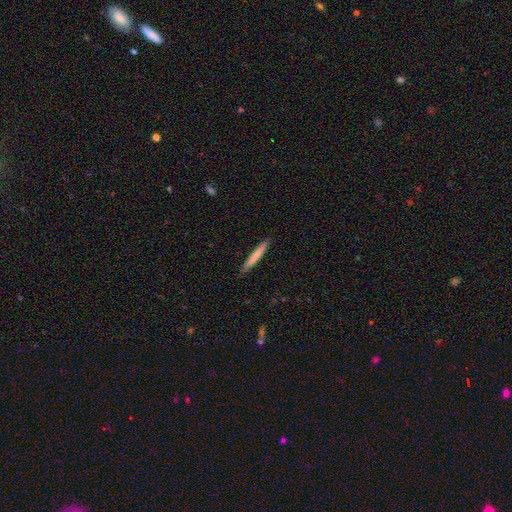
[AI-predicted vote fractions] Overall: smooth (72%). How rounded: cigar-shaped (96%). Merging: none (89%).